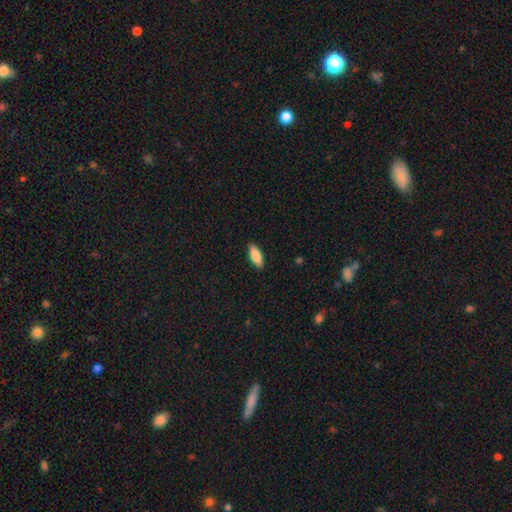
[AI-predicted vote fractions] smooth_or_featured: smooth (p=0.85) [alt: featured or disk p=0.09]
how_rounded: in between (p=0.82) [alt: cigar-shaped p=0.16]
merging: none (p=0.89) [alt: minor disturbance p=0.08]